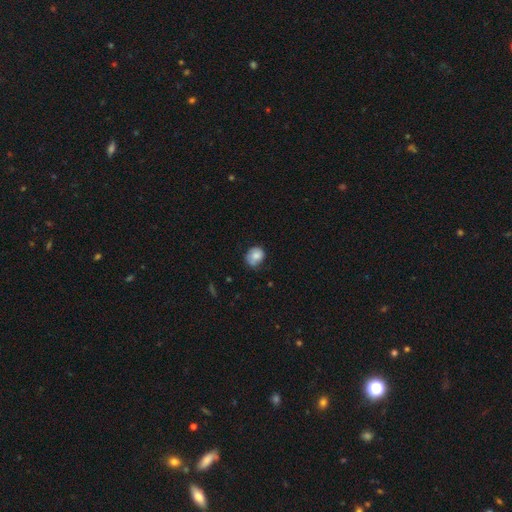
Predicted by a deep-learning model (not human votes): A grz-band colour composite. It shows a smooth galaxy with no disk features (77%) that is round (64%). Merging: none (59%).